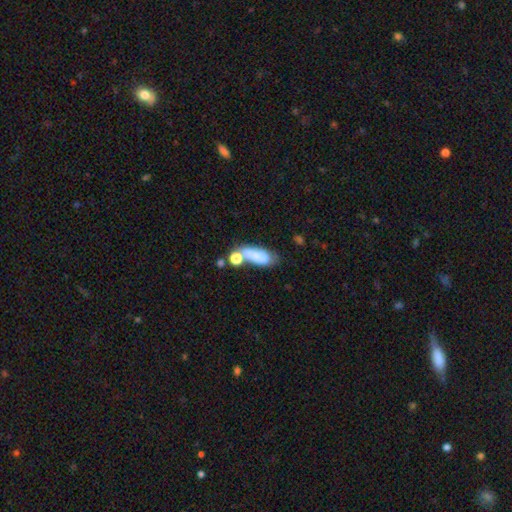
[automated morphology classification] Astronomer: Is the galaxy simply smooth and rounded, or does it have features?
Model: smooth — 64%.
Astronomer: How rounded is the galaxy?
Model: in between — 70%.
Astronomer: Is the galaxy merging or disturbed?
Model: none — 37% (runner-up: merger, 31%).